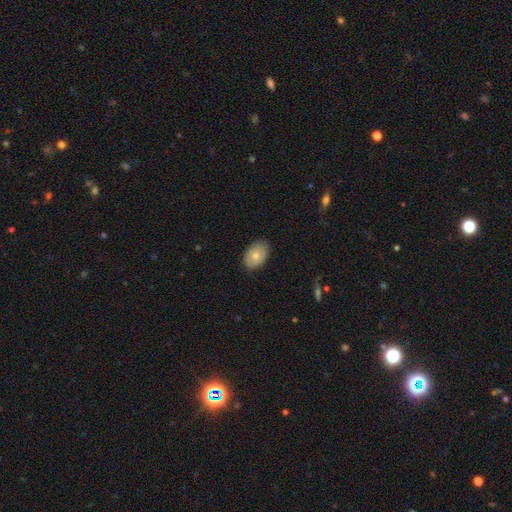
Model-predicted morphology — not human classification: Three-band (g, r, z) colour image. It shows a smooth galaxy with no disk features (75%) that is in between round and cigar-shaped (86%). Merging: none (84%).